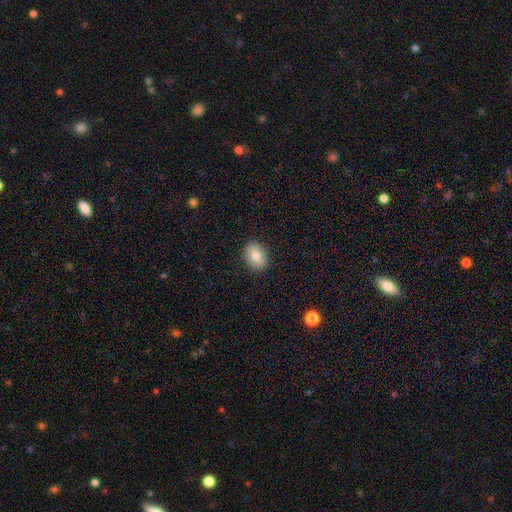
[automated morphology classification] Overall: smooth (79%). How rounded: in between (73%). Merging: none (89%).